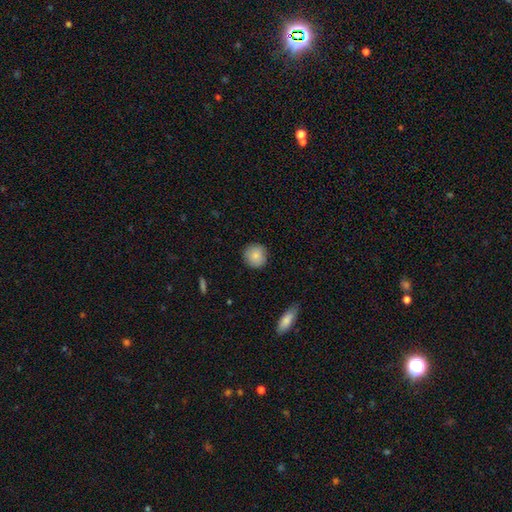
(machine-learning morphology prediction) The model was most divided on "smooth or featured": smooth: 85%, featured or disk: 8%, star or artifact: 7%. More confident: how rounded — round (94%); merging — none (89%).